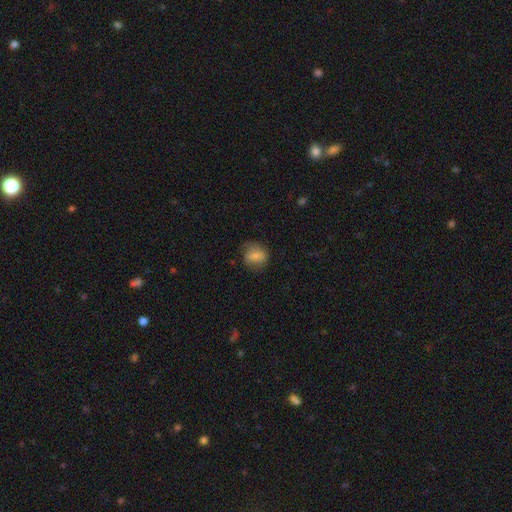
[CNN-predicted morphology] Smooth or featured? Predicted: smooth (p=0.75). How rounded? Predicted: round (p=0.56). Merging? Predicted: none (p=0.66).